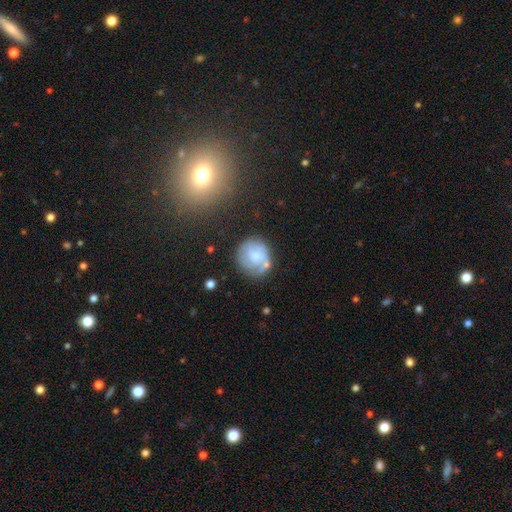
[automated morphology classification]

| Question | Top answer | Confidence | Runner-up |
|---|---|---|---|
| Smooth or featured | smooth | 48% | featured or disk (43%) |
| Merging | none | 60% | minor disturbance (22%) |